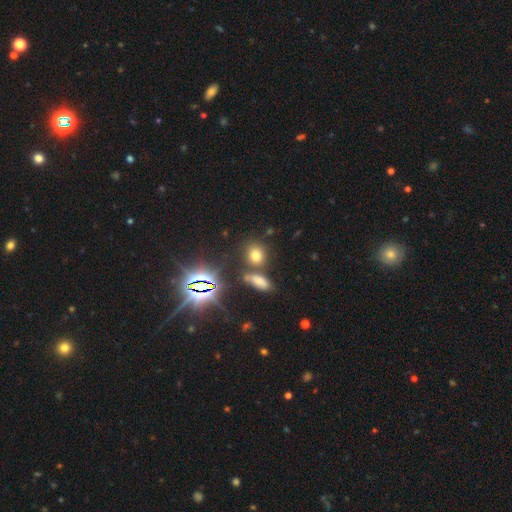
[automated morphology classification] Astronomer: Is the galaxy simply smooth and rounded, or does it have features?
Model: smooth — 63%.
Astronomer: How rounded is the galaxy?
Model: round — 61% (runner-up: in between, 36%).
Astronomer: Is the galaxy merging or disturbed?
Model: none — 71%.